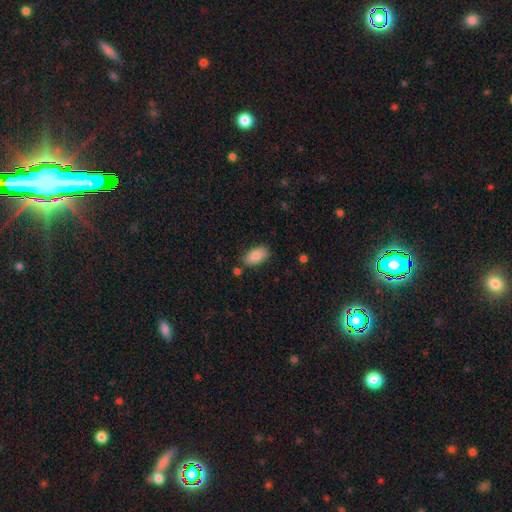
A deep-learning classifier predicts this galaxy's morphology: type=smooth (82%); roundness=in between (93%); merging=none (80%).